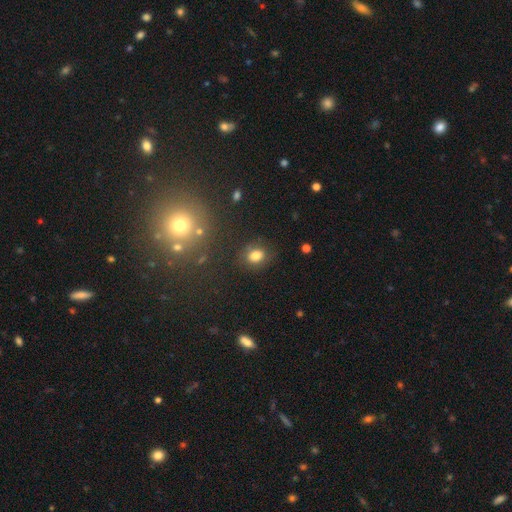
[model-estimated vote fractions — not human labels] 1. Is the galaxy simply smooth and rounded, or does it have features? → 80% smooth, 13% star or artifact, 8% featured or disk.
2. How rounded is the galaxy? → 53% in between, 45% round, 1% cigar-shaped.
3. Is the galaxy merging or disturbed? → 79% none, 14% minor disturbance, 4% major disturbance, 3% merger.